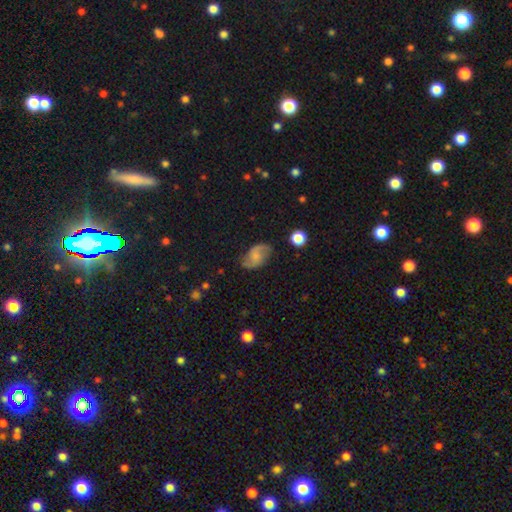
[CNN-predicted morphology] This is likely a featured or disk galaxy (62%). It is clearly not viewed edge-on (97%). Bar: possibly no (57%). Spiral arm pattern: clearly yes (91%). Spiral arm count: clearly 2 (89%). Spiral winding: possibly loose (54%). Central bulge: possibly small (48%). Merging: likely none (70%).